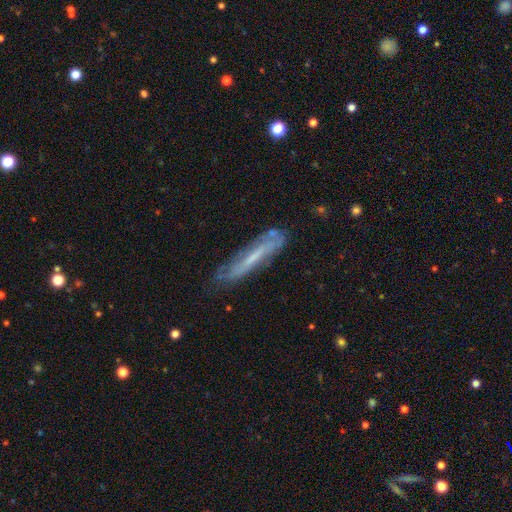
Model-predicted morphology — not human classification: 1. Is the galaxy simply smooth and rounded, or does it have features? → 57% featured or disk, 32% smooth, 10% star or artifact.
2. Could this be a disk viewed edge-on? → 65% yes, 35% no.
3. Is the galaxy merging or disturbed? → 75% none, 18% minor disturbance, 5% major disturbance, 2% merger.